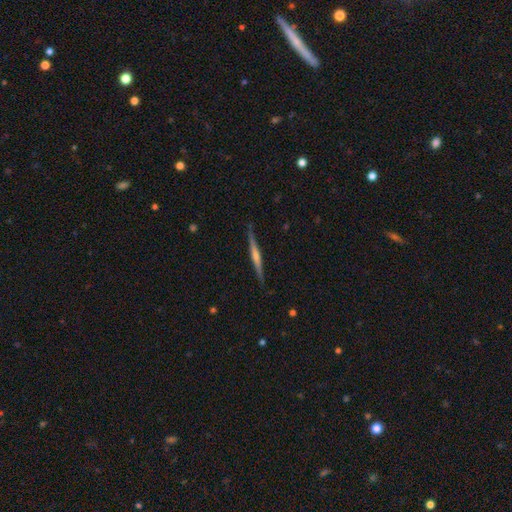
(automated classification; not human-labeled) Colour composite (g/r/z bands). It shows a featured or disk galaxy (72%) viewed edge-on (98%) with a rounded central bulge (58%). Merging: none (89%).